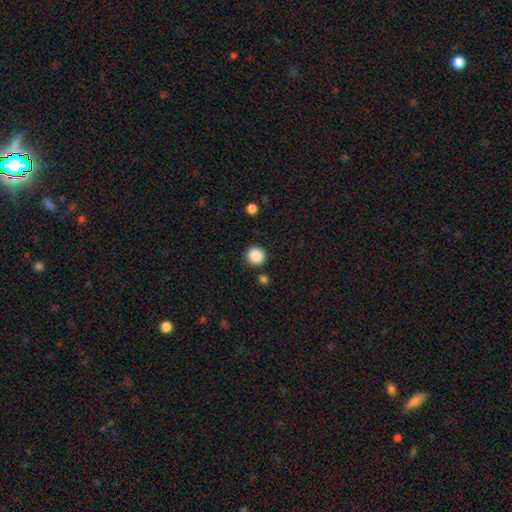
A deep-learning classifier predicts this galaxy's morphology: smooth-or-featured: smooth: 88% | star or artifact: 9% | featured or disk: 3%
  how-rounded: round: 93% | in between: 6% | cigar-shaped: 1%
  merging: none: 89% | minor disturbance: 6% | merger: 3% | major disturbance: 2%